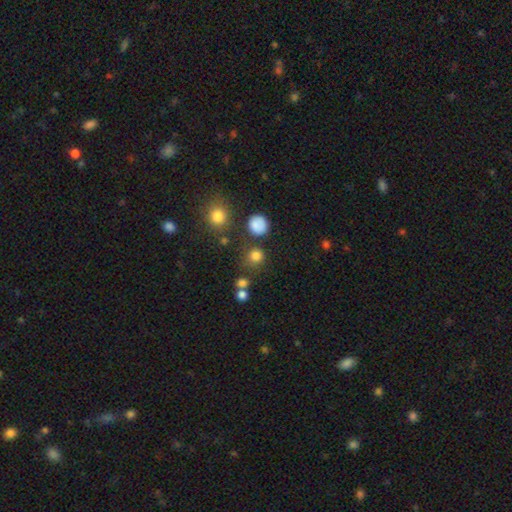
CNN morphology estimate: The model was most divided on "merging": none: 74%, minor disturbance: 11%, merger: 9%, major disturbance: 5%. More confident: how rounded — round (88%); smooth or featured — smooth (79%).